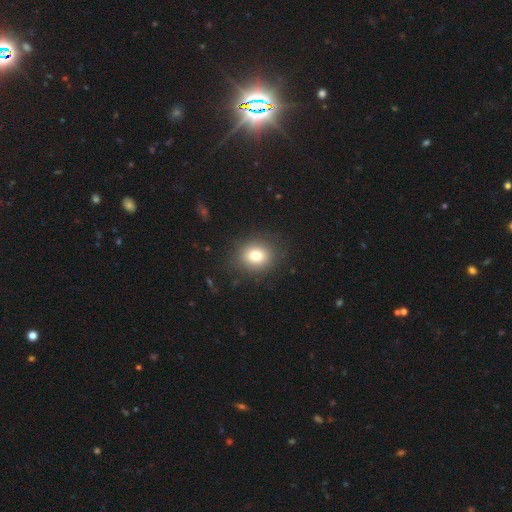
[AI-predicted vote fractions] Smooth or featured? smooth (77%)
How rounded? round (68%)
Merging? none (85%)